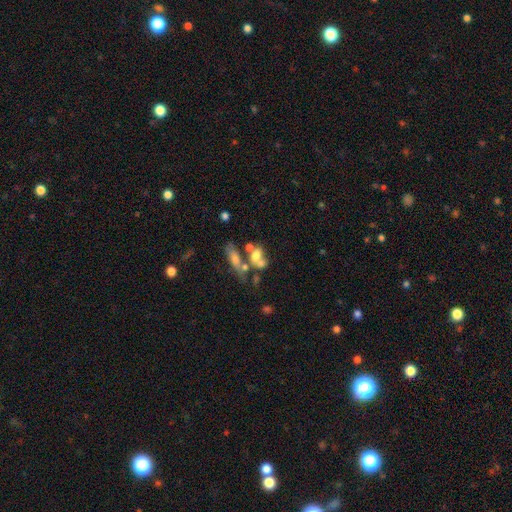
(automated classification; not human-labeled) A smooth galaxy with no disk features (54%) that is in between round and cigar-shaped (71%). Merging: merger (51%).